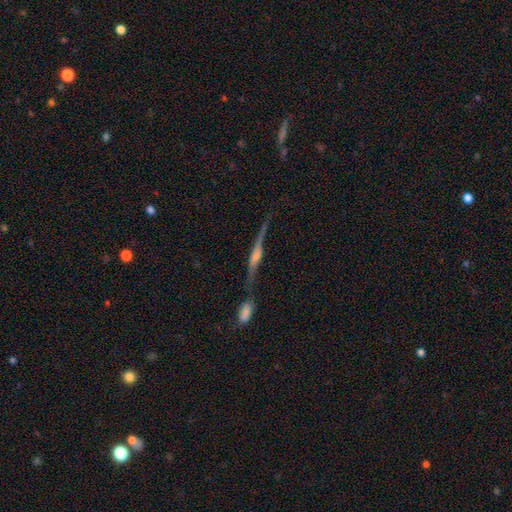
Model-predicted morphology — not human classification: A featured or disk galaxy (78%) viewed edge-on (95%) with a rounded central bulge (79%). Merging: none (66%).